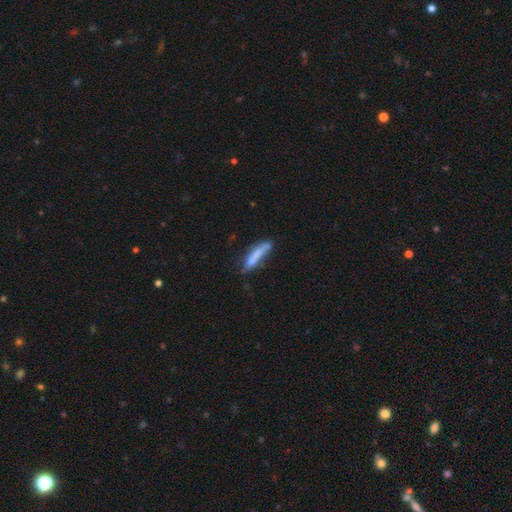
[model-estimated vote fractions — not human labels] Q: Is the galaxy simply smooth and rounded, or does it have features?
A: smooth — 68%.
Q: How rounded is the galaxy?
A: cigar-shaped — 84%.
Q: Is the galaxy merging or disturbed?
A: none — 49%.